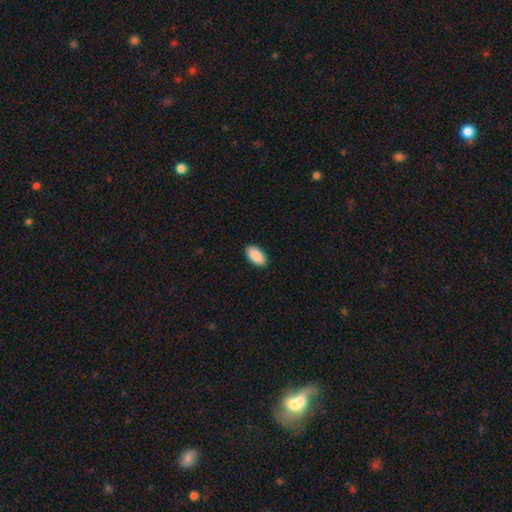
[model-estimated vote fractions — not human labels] Smooth or featured? Predicted: smooth (p=0.91). How rounded? Predicted: in between (p=0.96). Merging? Predicted: none (p=0.90).